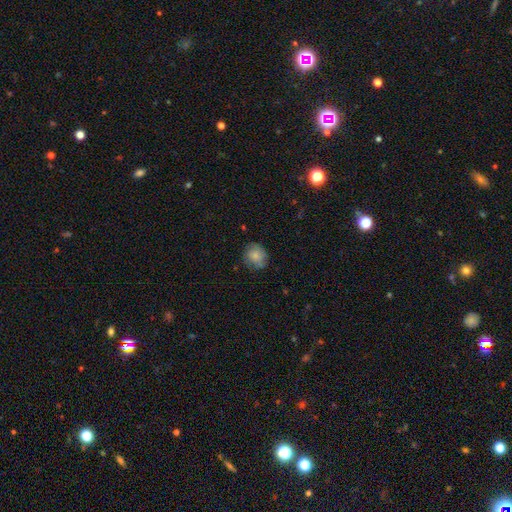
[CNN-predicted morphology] Smooth or featured?
  - smooth: 76% *
  - featured or disk: 16%
  - star or artifact: 8%
How rounded?
  - round: 76% *
  - in between: 23%
  - cigar-shaped: 1%
Merging?
  - none: 72% *
  - minor disturbance: 21%
  - major disturbance: 5%
  - merger: 1%